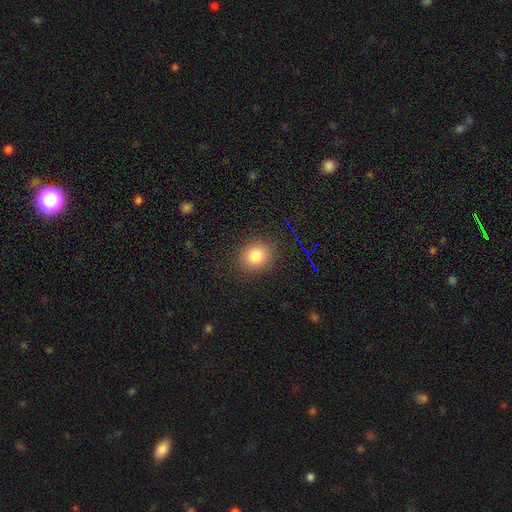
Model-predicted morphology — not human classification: Smooth or featured: smooth — 80% (star or artifact — 14%)
How rounded: round — 76% (in between — 23%)
Merging: none — 86% (minor disturbance — 10%)